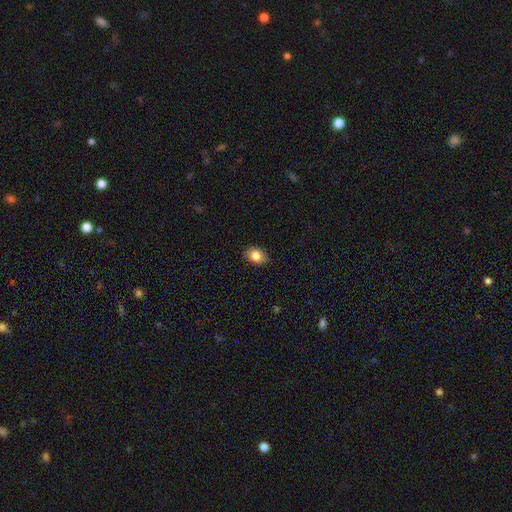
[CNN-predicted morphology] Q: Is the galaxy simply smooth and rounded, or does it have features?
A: smooth — 83%.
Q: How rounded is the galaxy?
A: in between — 61%.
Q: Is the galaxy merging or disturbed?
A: none — 85%.